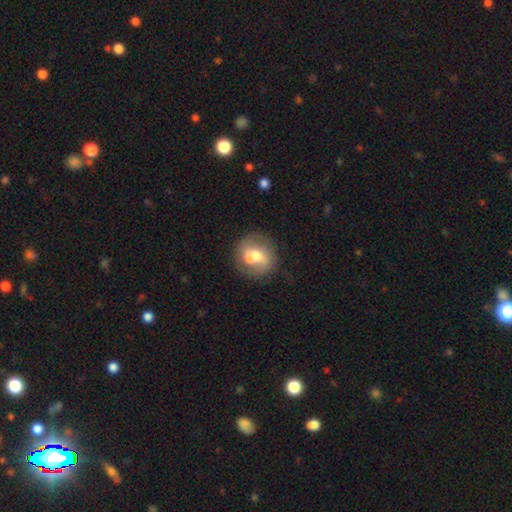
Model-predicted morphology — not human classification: Overall: smooth (51%; featured or disk 41%). How rounded: round (81%). Merging: none (54%; merger 28%).